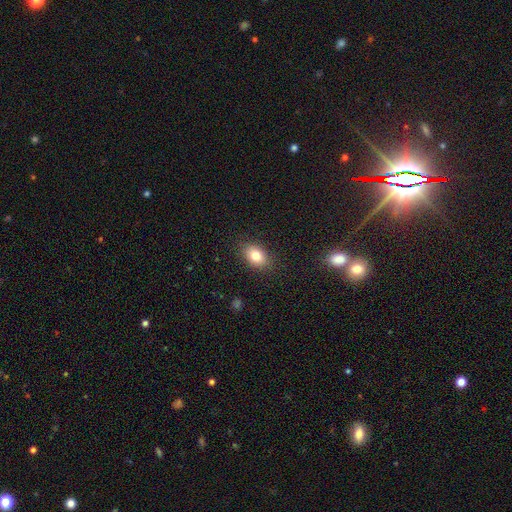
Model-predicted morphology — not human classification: Q: Smooth or featured?
A: smooth (81%); runner-up: featured or disk (10%)
Q: How rounded?
A: in between (82%); runner-up: round (16%)
Q: Merging?
A: none (87%); runner-up: minor disturbance (10%)